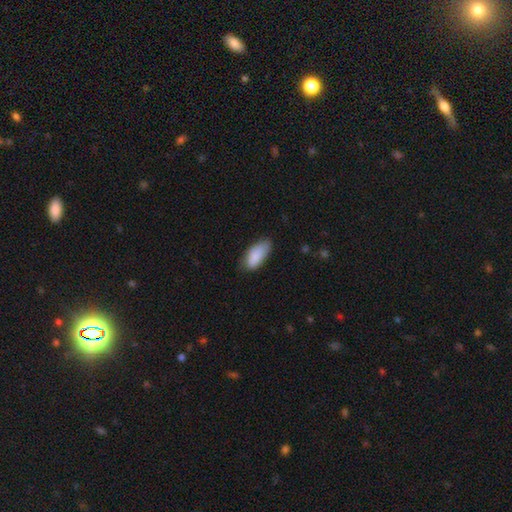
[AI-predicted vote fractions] Smooth or featured: smooth — 88% (featured or disk — 6%)
How rounded: in between — 88% (cigar-shaped — 10%)
Merging: none — 67% (minor disturbance — 27%)